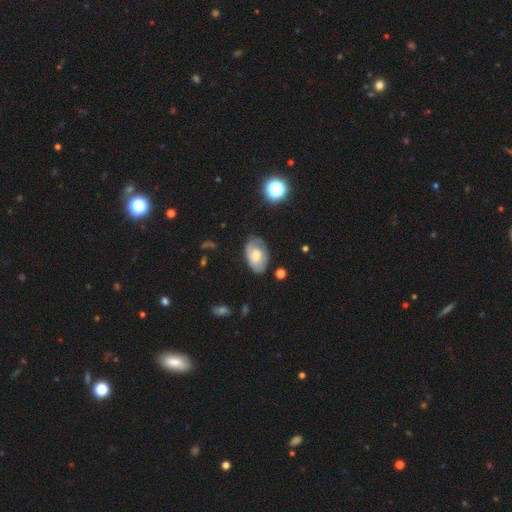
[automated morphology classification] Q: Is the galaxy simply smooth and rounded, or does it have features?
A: featured or disk — 50%.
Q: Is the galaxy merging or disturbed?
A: none — 66%.